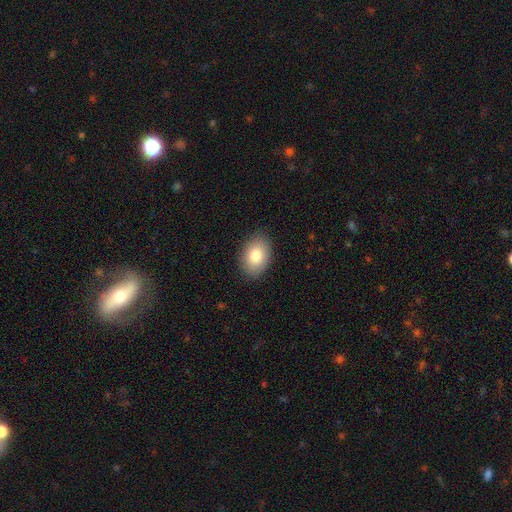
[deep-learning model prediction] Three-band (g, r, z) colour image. It shows a smooth galaxy with no disk features (83%) that is in between round and cigar-shaped (87%). Merging: none (86%).